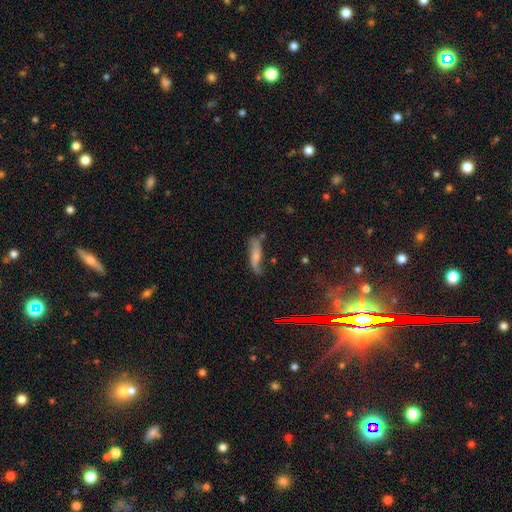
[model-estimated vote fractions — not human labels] The model was most divided on "smooth or featured": smooth: 52%, featured or disk: 39%, star or artifact: 9%. More confident: how rounded — cigar-shaped (71%); merging — none (52%).